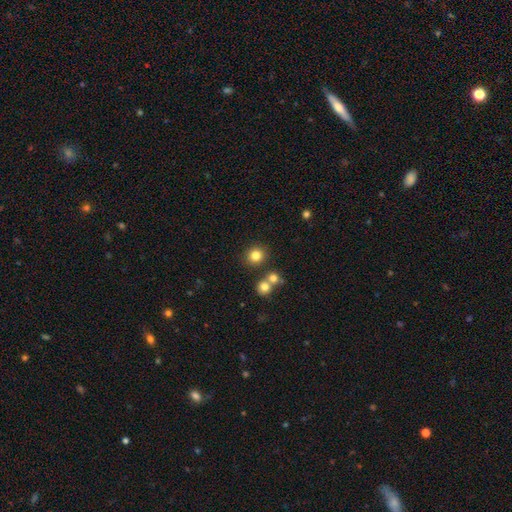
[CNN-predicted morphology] smooth_or_featured: smooth (p=0.81) [alt: star or artifact p=0.13]
how_rounded: round (p=0.86) [alt: in between p=0.13]
merging: none (p=0.79) [alt: merger p=0.11]